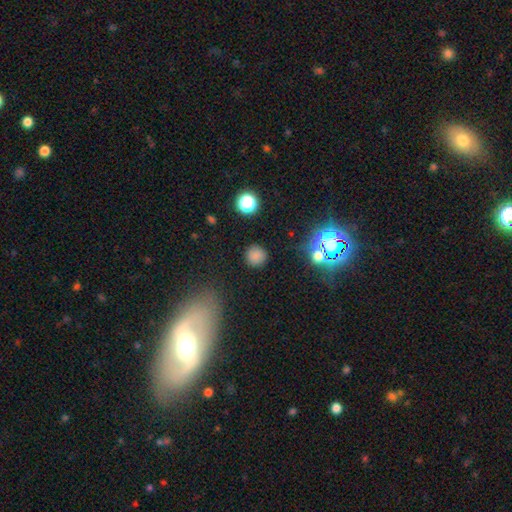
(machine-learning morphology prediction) Q: Smooth or featured?
A: smooth (78%); runner-up: star or artifact (17%)
Q: How rounded?
A: round (92%); runner-up: in between (7%)
Q: Merging?
A: none (86%); runner-up: minor disturbance (8%)